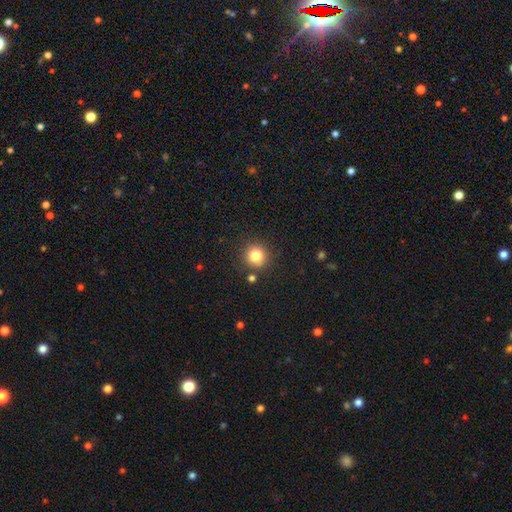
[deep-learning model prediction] smooth_or_featured: smooth (p=0.82) [alt: star or artifact p=0.12]
how_rounded: round (p=0.93) [alt: in between p=0.06]
merging: none (p=0.85) [alt: minor disturbance p=0.08]